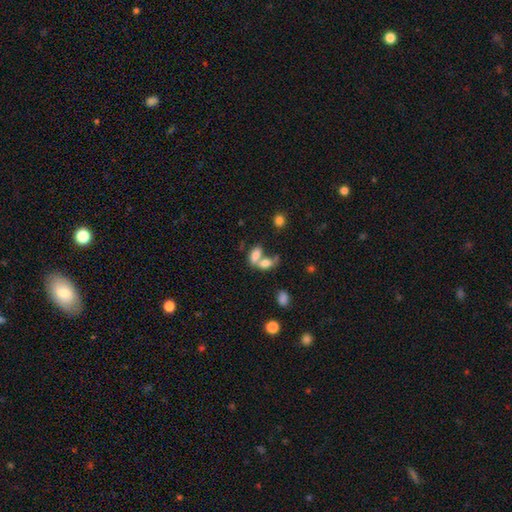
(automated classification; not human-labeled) A smooth galaxy with no disk features (76%) that is in between round and cigar-shaped (88%).

Vote fractions:
- Smooth or featured? smooth: 76% / featured or disk: 14% / star or artifact: 10%
- How rounded? in between: 88% / round: 7% / cigar-shaped: 6%
- Merging? merger: 62% / none: 25% / minor disturbance: 8% / major disturbance: 6%